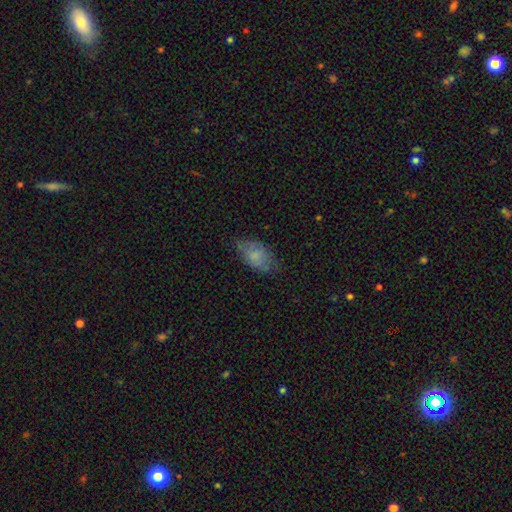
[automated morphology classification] type=smooth (74%); roundness=in between (92%); merging=none (65%).